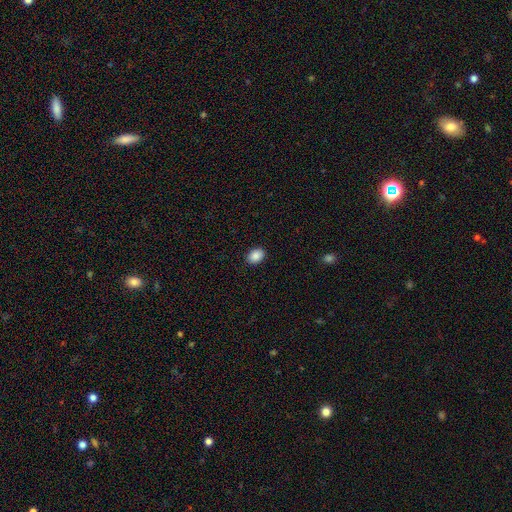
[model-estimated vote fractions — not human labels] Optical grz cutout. It shows a smooth galaxy with no disk features (88%) that is in between round and cigar-shaped (74%). Merging: none (89%).